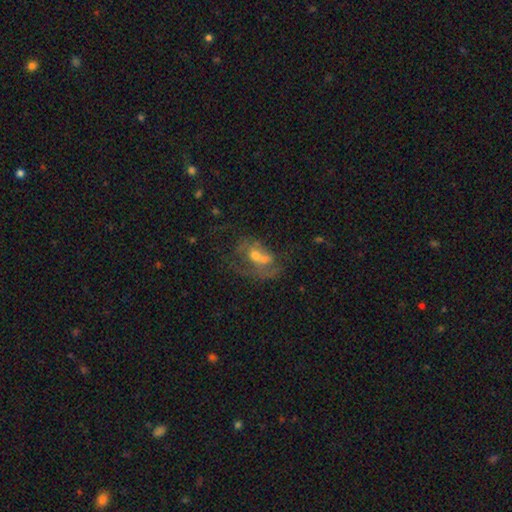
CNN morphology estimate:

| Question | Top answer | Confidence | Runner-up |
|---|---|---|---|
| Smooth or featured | featured or disk | 56% | smooth (32%) |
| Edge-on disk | no | 96% | yes (4%) |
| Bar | no | 79% | weak (17%) |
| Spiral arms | no | 57% | yes (43%) |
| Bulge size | moderate | 60% | small (25%) |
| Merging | merger | 53% | none (18%) |